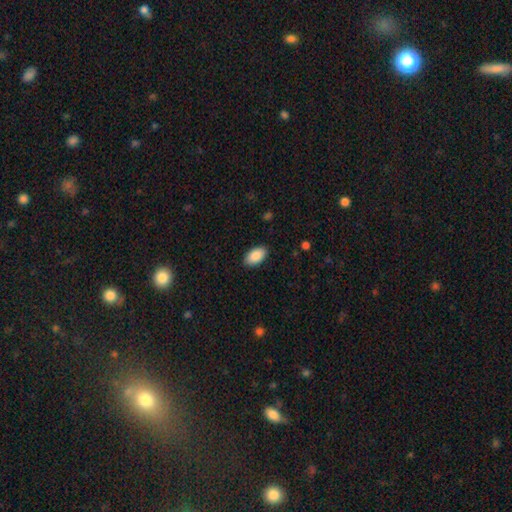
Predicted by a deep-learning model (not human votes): Morphology: type=smooth (89%); roundness=in between (95%); merging=none (89%).